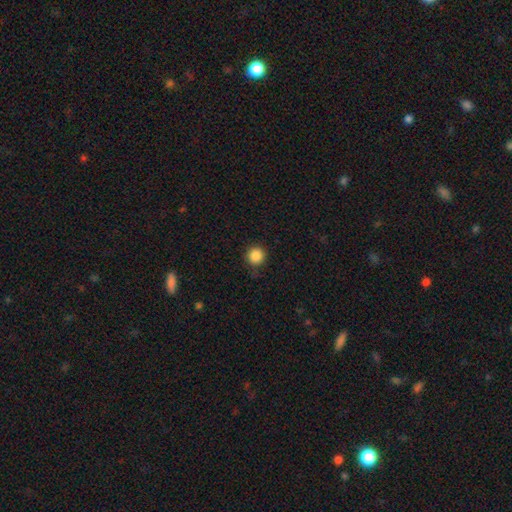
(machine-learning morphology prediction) A smooth galaxy with no disk features (87%) that is round (94%).

Vote fractions:
- Smooth or featured? smooth: 87% / star or artifact: 10% / featured or disk: 3%
- How rounded? round: 94% / in between: 5% / cigar-shaped: 1%
- Merging? none: 87% / minor disturbance: 10% / major disturbance: 3% / merger: 1%